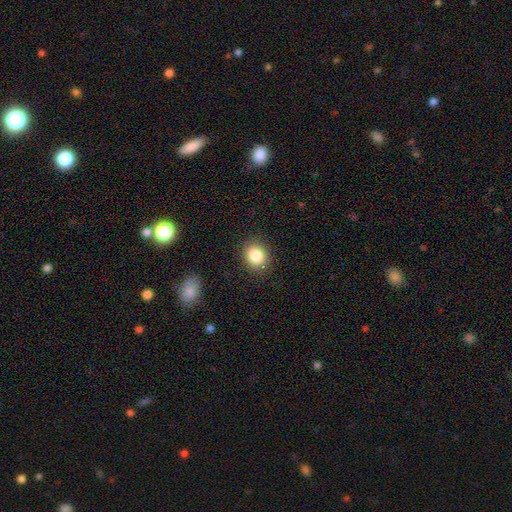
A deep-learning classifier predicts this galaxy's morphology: This is clearly a smooth galaxy (85%). How rounded: likely round (65%). Merging: clearly none (88%).